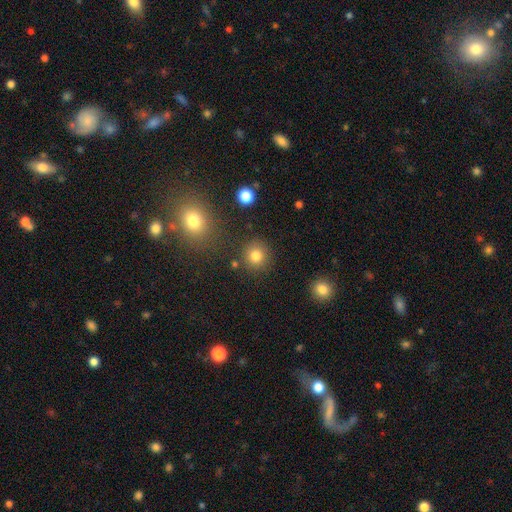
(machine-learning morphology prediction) smooth-or-featured: smooth: 81% | star or artifact: 12% | featured or disk: 6%
  how-rounded: round: 91% | in between: 8% | cigar-shaped: 1%
  merging: none: 85% | minor disturbance: 8% | merger: 4% | major disturbance: 3%